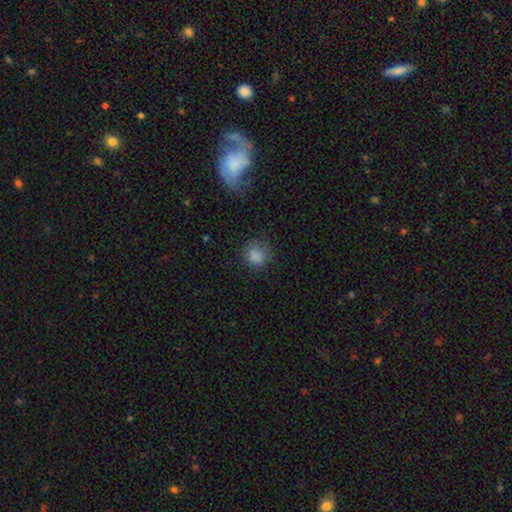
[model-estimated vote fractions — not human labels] Morphology: type=smooth (84%); roundness=round (75%); merging=none (74%).